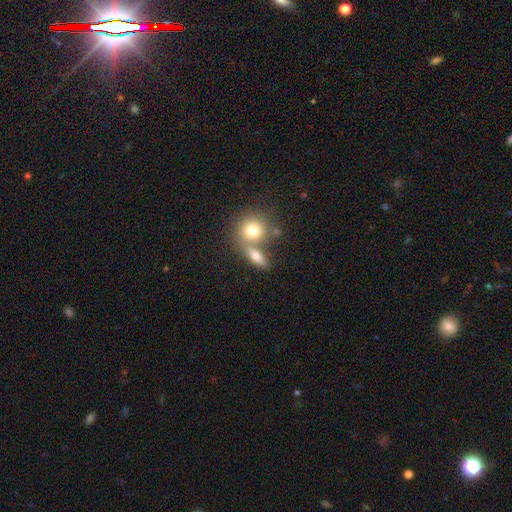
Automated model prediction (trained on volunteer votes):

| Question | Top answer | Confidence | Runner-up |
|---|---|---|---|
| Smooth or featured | smooth | 74% | featured or disk (17%) |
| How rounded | in between | 52% | round (33%) |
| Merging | none | 47% | merger (39%) |